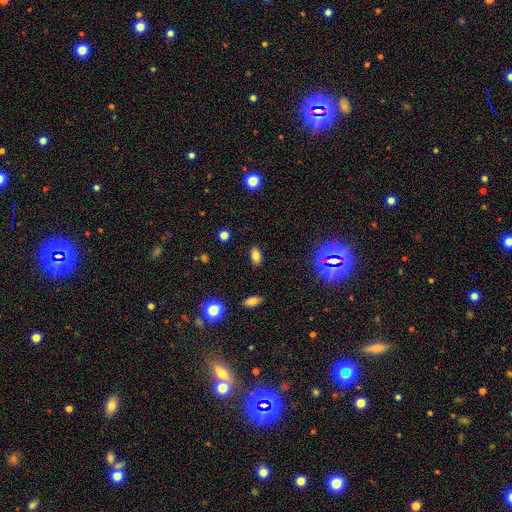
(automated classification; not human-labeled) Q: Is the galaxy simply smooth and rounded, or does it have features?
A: smooth — 77%.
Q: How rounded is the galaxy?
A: in between — 88%.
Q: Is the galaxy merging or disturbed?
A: none — 87%.